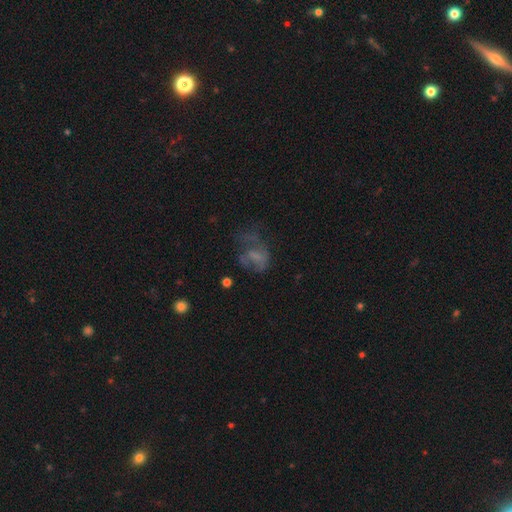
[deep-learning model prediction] This is marginally a featured or disk galaxy (42%). Merging: marginally major disturbance (44%).